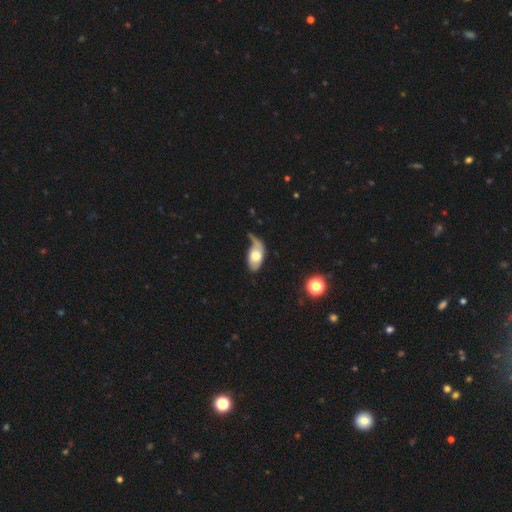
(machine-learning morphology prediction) type=smooth (60%); roundness=in between (91%); merging=major disturbance (33%).